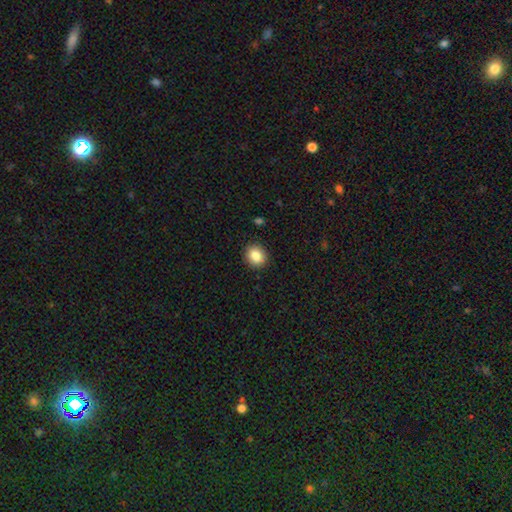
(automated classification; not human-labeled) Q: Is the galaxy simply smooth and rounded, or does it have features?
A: smooth — 85%.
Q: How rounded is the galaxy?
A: round — 68%.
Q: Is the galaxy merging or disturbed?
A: none — 89%.